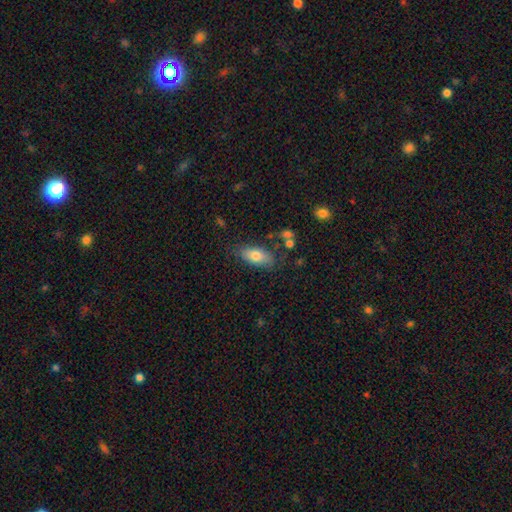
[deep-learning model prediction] Smooth or featured? Predicted: smooth (p=0.77). How rounded? Predicted: in between (p=0.88). Merging? Predicted: none (p=0.76).